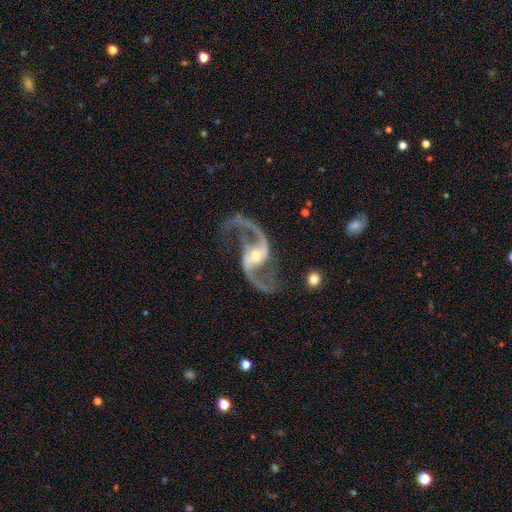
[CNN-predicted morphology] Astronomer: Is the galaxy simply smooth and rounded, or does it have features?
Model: featured or disk — 94%.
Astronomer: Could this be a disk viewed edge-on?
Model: no — 98%.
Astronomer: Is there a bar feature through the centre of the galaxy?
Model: weak — 36%, tied with strong at 36%.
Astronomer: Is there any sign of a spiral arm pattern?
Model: yes — 98%.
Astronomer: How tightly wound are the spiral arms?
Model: loose — 67%.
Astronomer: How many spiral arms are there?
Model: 2 — 95%.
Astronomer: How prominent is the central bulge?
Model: moderate — 64%.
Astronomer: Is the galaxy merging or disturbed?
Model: none — 78%.